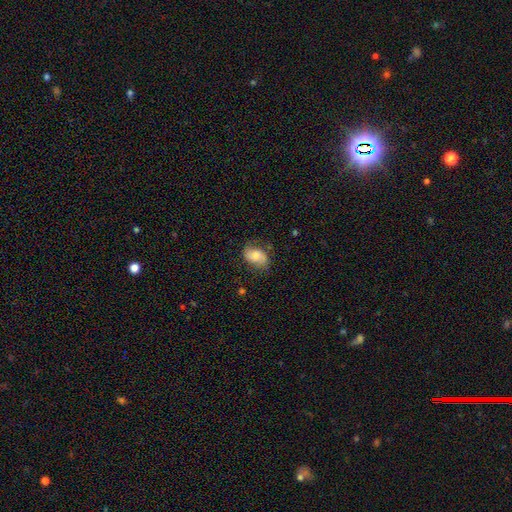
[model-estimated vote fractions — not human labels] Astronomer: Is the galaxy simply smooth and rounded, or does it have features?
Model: smooth — 61%.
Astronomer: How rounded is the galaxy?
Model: in between — 83%.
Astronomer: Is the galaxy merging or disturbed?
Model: none — 65%.